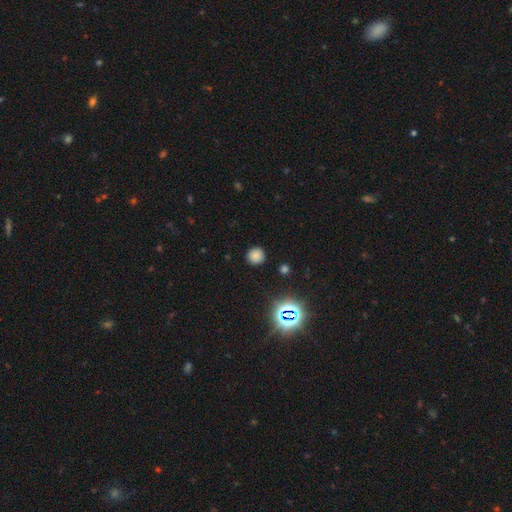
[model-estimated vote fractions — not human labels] This appears to be a smooth galaxy with no disk features (78%) that is round (93%). Merging: none (90%).